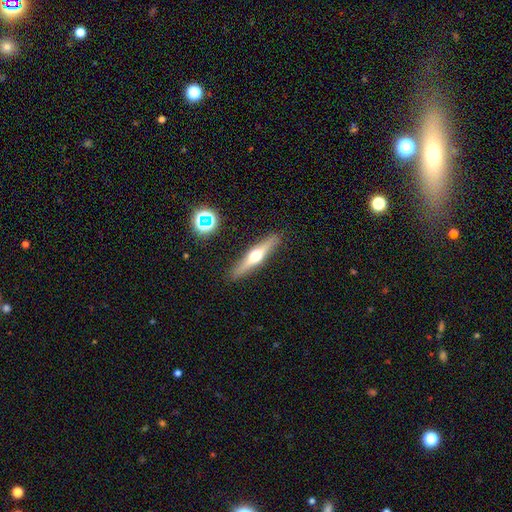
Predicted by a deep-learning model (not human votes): Smooth or featured? featured or disk (64%)
Edge-on disk? yes (96%)
Edge-on bulge? rounded (94%)
Merging? none (90%)